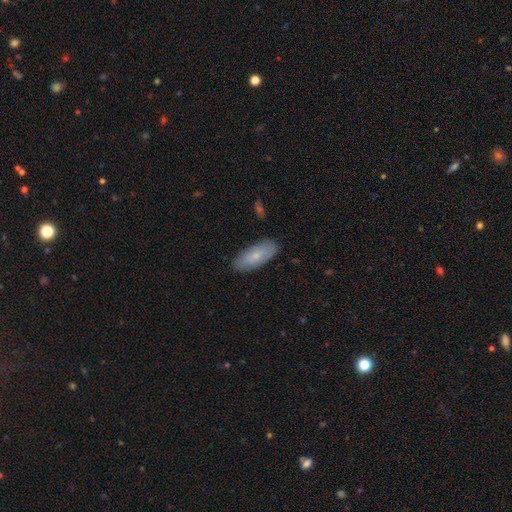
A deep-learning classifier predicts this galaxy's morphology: Smooth or featured: smooth — 73% (featured or disk — 21%)
How rounded: in between — 81% (cigar-shaped — 17%)
Merging: none — 86% (minor disturbance — 11%)